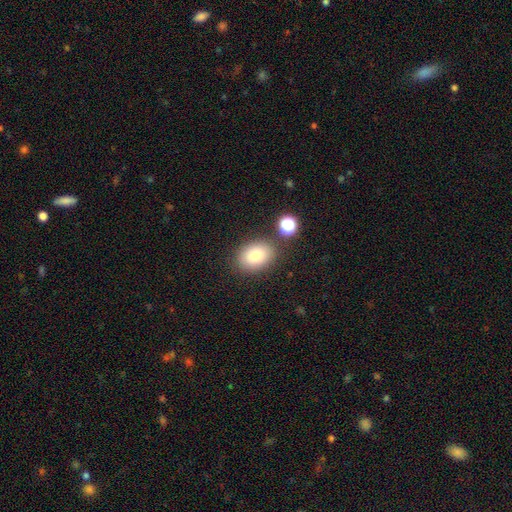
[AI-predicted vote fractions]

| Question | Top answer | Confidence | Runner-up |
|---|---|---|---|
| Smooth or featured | smooth | 82% | star or artifact (10%) |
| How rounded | in between | 73% | round (26%) |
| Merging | none | 80% | minor disturbance (11%) |